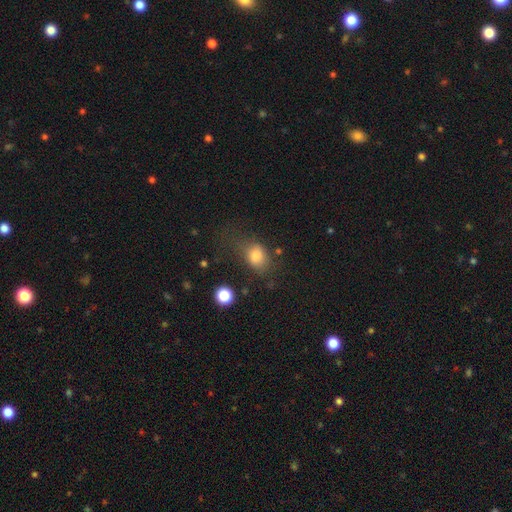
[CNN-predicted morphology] This is likely a smooth galaxy (79%). How rounded: likely in between (68%). Merging: possibly none (45%).